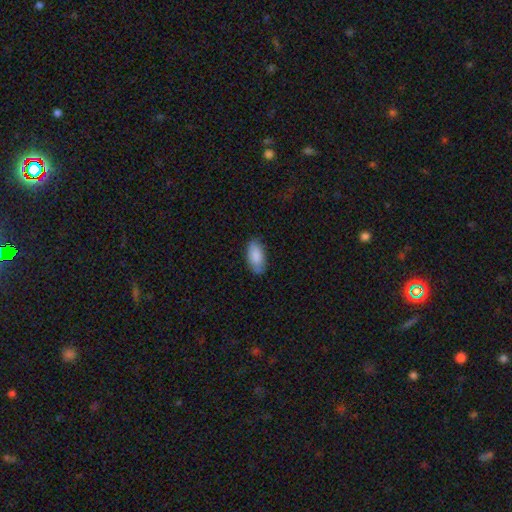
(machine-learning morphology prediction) The model was most divided on "merging": none: 80%, minor disturbance: 16%, major disturbance: 3%, merger: 1%. More confident: how rounded — in between (93%); smooth or featured — smooth (87%).